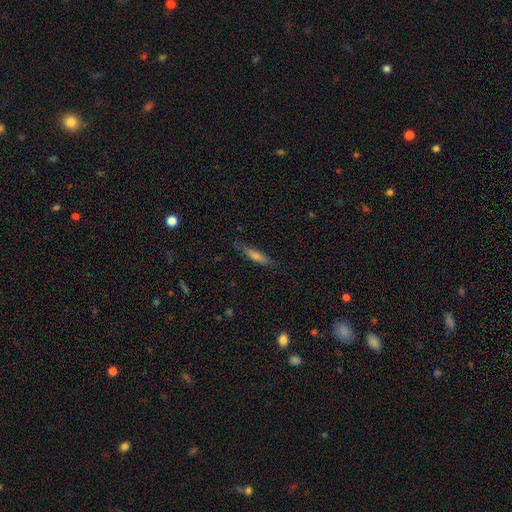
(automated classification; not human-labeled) Overall: smooth (54%; featured or disk 36%). How rounded: cigar-shaped (84%). Merging: none (81%).